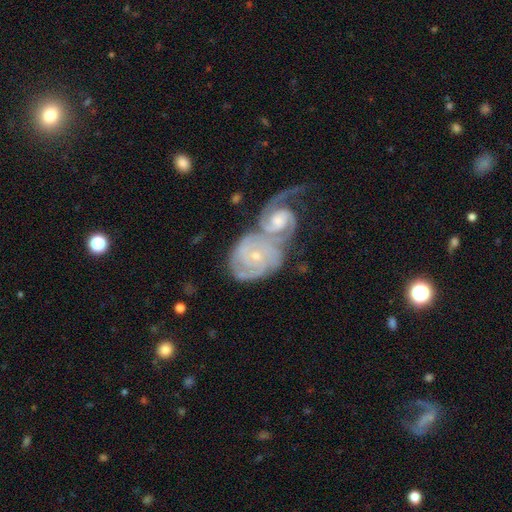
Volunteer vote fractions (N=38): featured or disk 92%, smooth 8%, star or artifact 0%. Down the decision tree: edge-on disk — no (94%); bar — no (70%); spiral arms — yes (100%); spiral arm count — 3 (30%, tied with can't tell); spiral winding — tight (64%); bulge size — small (73%); merging — merger (87%).